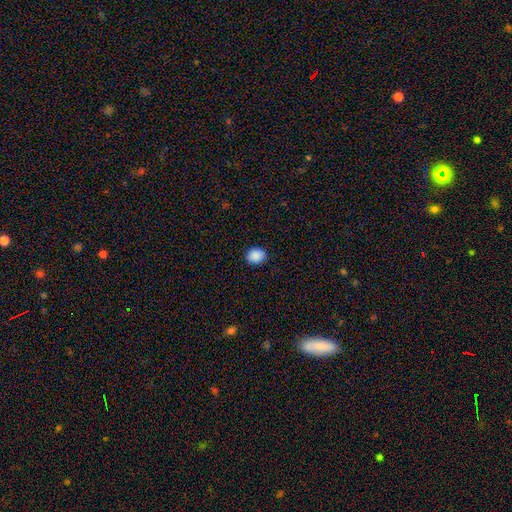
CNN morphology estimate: smooth-or-featured: smooth: 89% | star or artifact: 9% | featured or disk: 3%
  how-rounded: round: 63% | in between: 37% | cigar-shaped: 1%
  merging: none: 90% | minor disturbance: 7% | major disturbance: 2% | merger: 1%